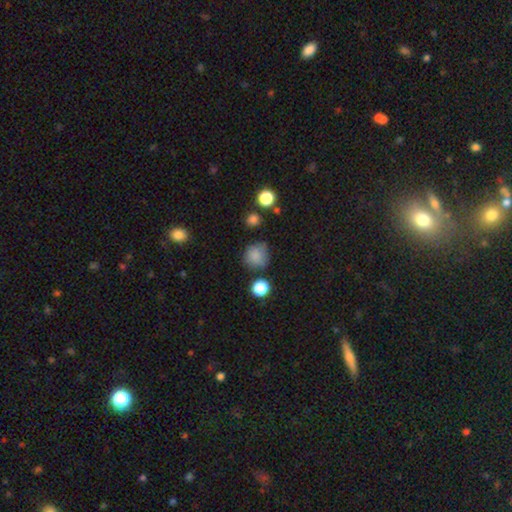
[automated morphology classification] Smooth or featured: smooth — 80% (star or artifact — 12%)
How rounded: round — 84% (in between — 15%)
Merging: none — 66% (minor disturbance — 21%)